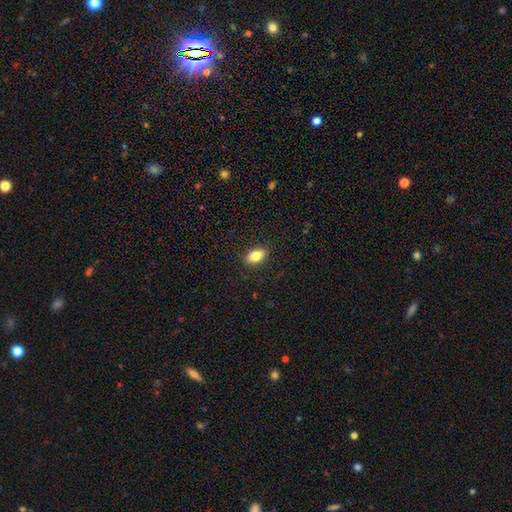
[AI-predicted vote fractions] This is clearly a smooth galaxy (82%). How rounded: clearly in between (89%). Merging: clearly none (88%).